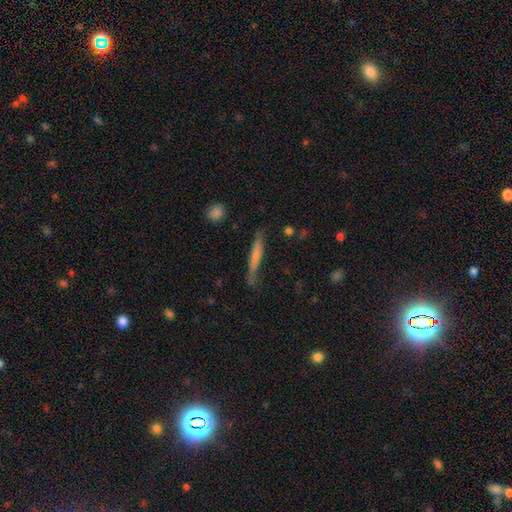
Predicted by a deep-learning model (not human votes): Smooth or featured? Predicted: smooth (p=0.56). How rounded? Predicted: cigar-shaped (p=0.94). Merging? Predicted: none (p=0.72).